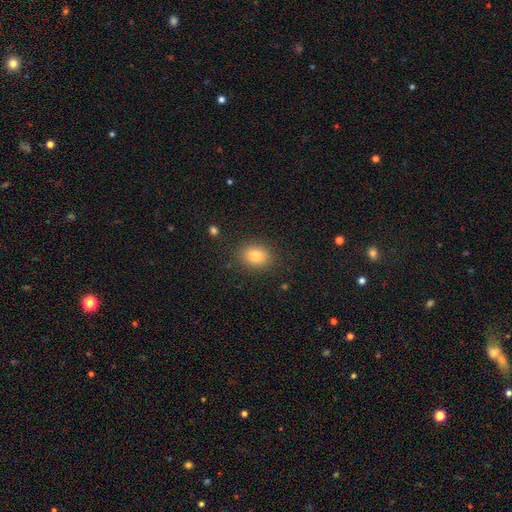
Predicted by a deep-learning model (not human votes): Q: Smooth or featured?
A: smooth (81%); runner-up: star or artifact (10%)
Q: How rounded?
A: in between (61%); runner-up: round (38%)
Q: Merging?
A: none (87%); runner-up: minor disturbance (9%)